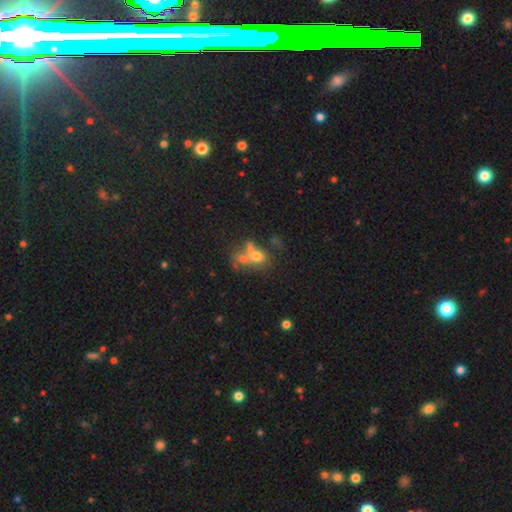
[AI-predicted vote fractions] Smooth or featured: smooth — 63% (featured or disk — 22%)
How rounded: in between — 53% (round — 43%)
Merging: merger — 46% (none — 29%)